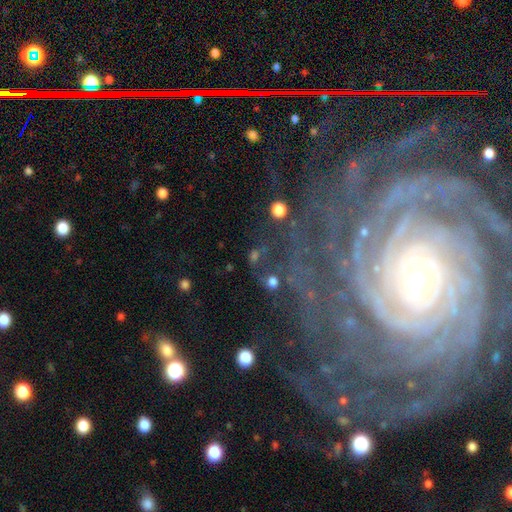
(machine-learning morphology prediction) type=featured or disk (49%); merging=none (70%).